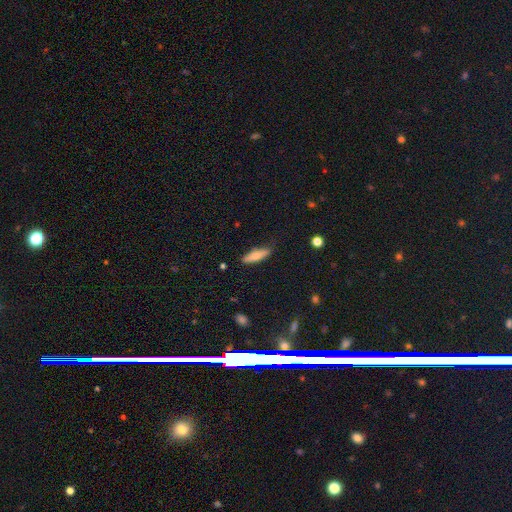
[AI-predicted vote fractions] Smooth or featured? smooth (68%)
How rounded? cigar-shaped (62%)
Merging? none (80%)